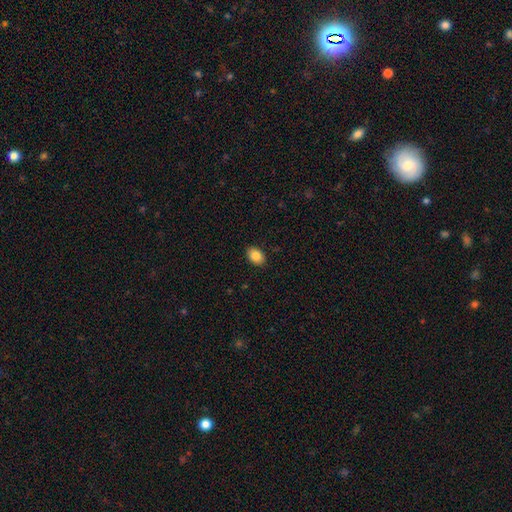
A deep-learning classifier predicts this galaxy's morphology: A smooth galaxy with no disk features (86%) that is in between round and cigar-shaped (79%). Merging: none (90%).